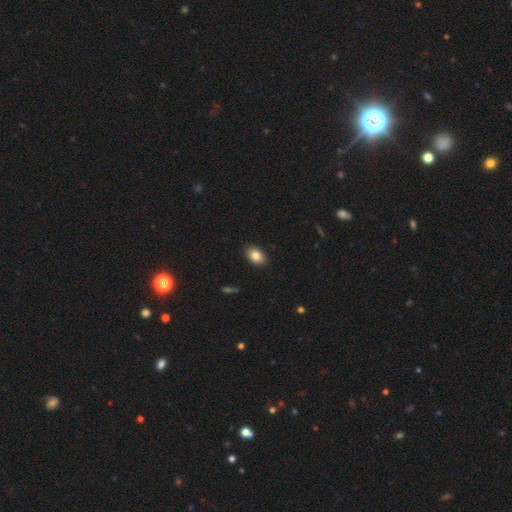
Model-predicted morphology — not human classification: Overall: smooth (83%). How rounded: in between (87%). Merging: none (89%).